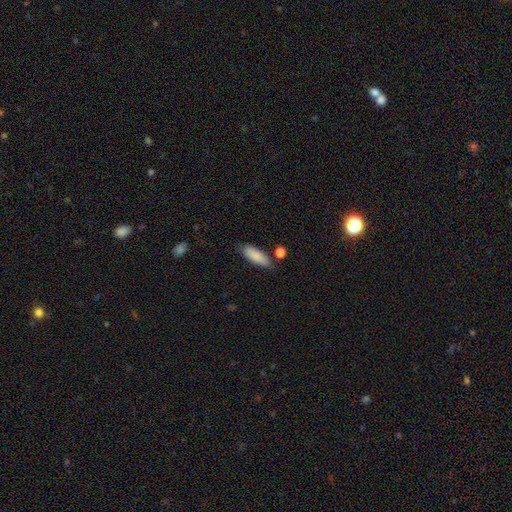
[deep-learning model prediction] A smooth galaxy with no disk features (87%) that is in between round and cigar-shaped (69%).

Vote fractions:
- Smooth or featured? smooth: 87% / featured or disk: 7% / star or artifact: 6%
- How rounded? in between: 69% / cigar-shaped: 29% / round: 2%
- Merging? none: 76% / minor disturbance: 15% / merger: 5% / major disturbance: 3%